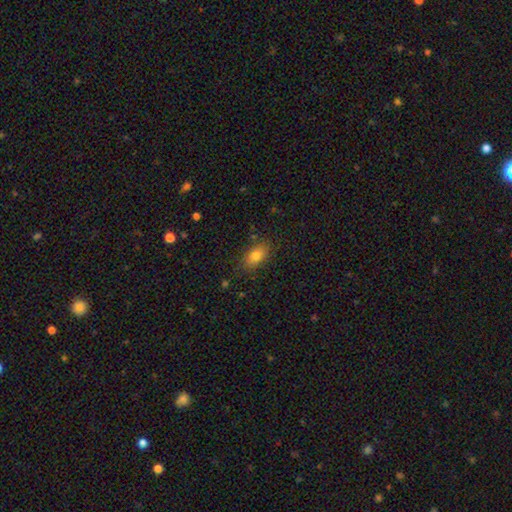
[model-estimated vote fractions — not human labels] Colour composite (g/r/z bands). It shows a smooth galaxy with no disk features (81%) that is in between round and cigar-shaped (87%). Merging: none (83%).